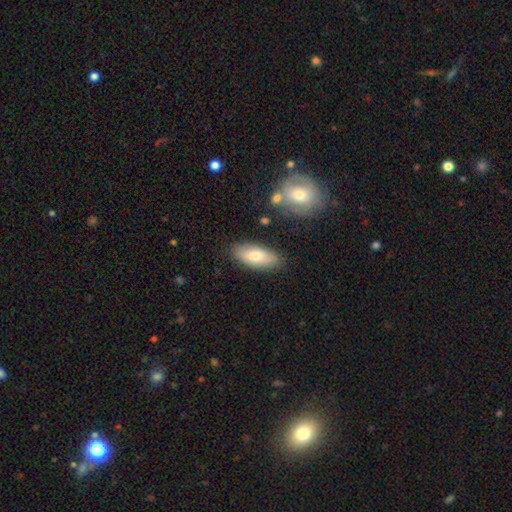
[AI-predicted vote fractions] Morphology: type=smooth (72%); roundness=in between (82%); merging=none (81%).